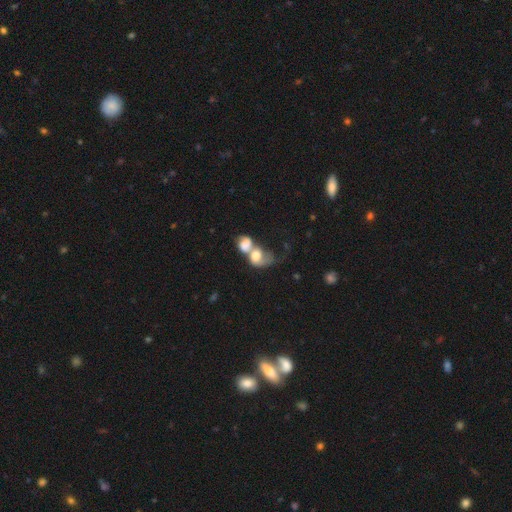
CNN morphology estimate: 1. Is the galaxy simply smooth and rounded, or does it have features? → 57% smooth, 35% featured or disk, 9% star or artifact.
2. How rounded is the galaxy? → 60% in between, 38% round, 2% cigar-shaped.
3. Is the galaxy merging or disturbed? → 79% merger, 10% major disturbance, 7% none, 4% minor disturbance.